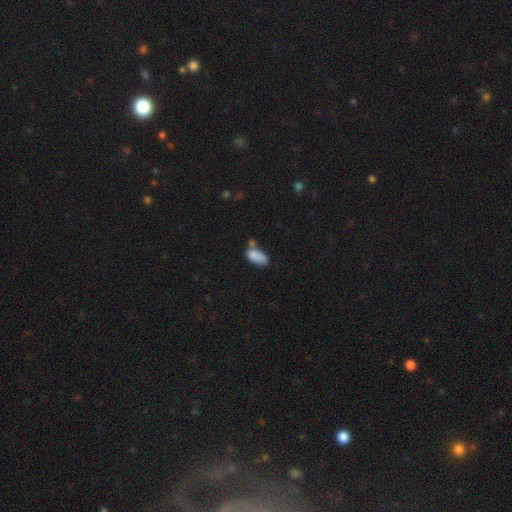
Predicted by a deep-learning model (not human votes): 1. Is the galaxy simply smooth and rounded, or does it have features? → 83% smooth, 9% featured or disk, 9% star or artifact.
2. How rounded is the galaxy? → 92% in between, 5% cigar-shaped, 4% round.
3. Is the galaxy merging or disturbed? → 38% none, 31% merger, 22% minor disturbance, 9% major disturbance.